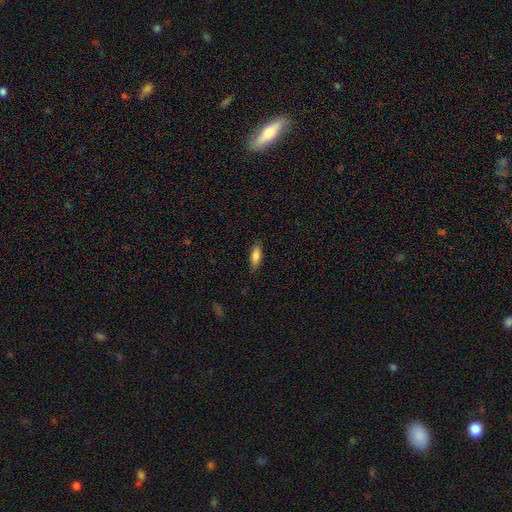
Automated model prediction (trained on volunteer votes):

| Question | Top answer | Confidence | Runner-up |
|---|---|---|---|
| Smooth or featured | smooth | 82% | featured or disk (11%) |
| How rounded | in between | 68% | cigar-shaped (29%) |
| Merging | none | 84% | minor disturbance (12%) |